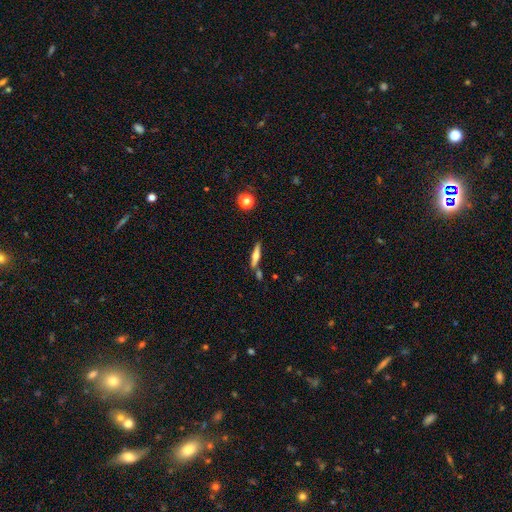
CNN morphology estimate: The model was most divided on "smooth or featured": featured or disk: 49%, smooth: 44%, star or artifact: 7%. More confident: merging — none (74%).